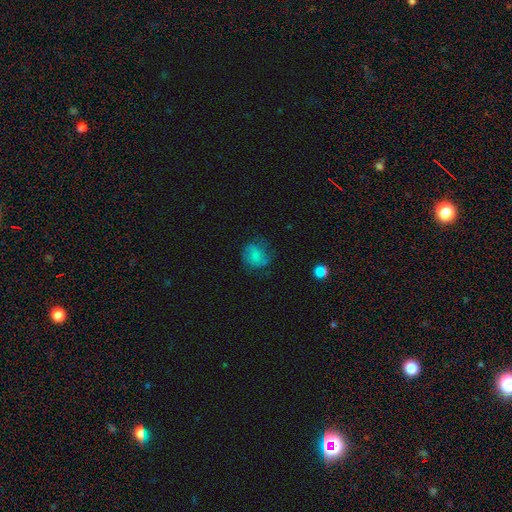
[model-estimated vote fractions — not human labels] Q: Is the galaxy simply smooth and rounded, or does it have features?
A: smooth — 61%.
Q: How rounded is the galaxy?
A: round — 75%.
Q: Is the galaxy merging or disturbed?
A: none — 62%.